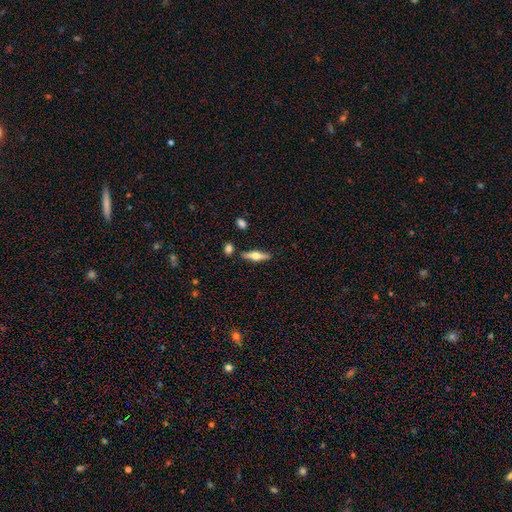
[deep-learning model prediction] smooth_or_featured: featured or disk (p=0.56) [alt: smooth p=0.38]
disk_edge_on: yes (p=0.94) [alt: no p=0.06]
edge_on_bulge: rounded (p=0.94) [alt: boxy p=0.03]
merging: none (p=0.85) [alt: minor disturbance p=0.09]